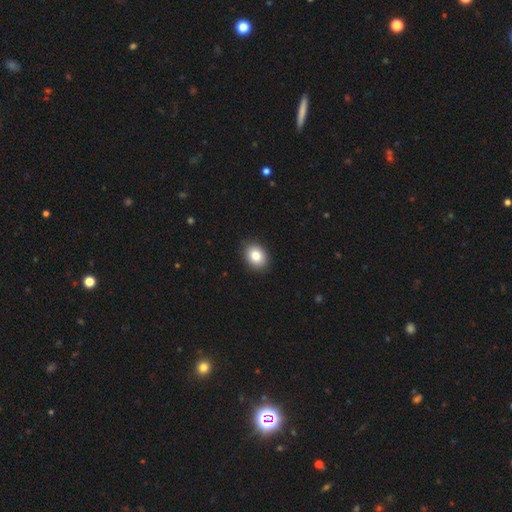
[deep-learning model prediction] smooth_or_featured: smooth (p=0.84) [alt: star or artifact p=0.09]
how_rounded: in between (p=0.58) [alt: round p=0.41]
merging: none (p=0.90) [alt: minor disturbance p=0.08]